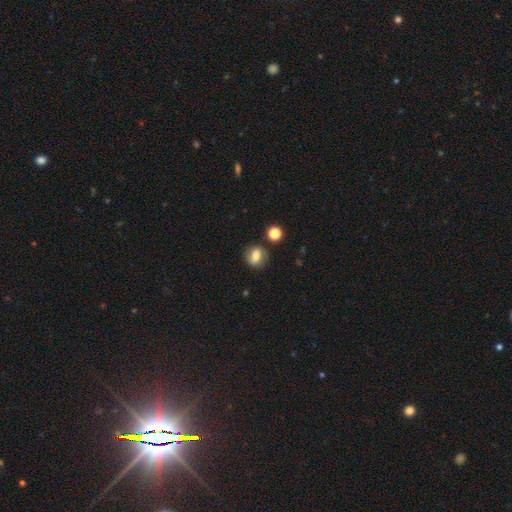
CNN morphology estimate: smooth 72%, featured or disk 18%, star or artifact 10%. Down the decision tree: how rounded — round (50%); merging — none (76%).